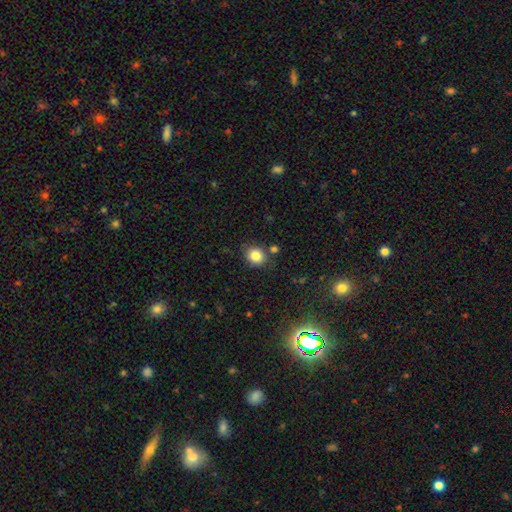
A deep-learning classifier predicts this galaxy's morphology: Smooth or featured? Predicted: smooth (p=0.84). How rounded? Predicted: round (p=0.73). Merging? Predicted: none (p=0.80).